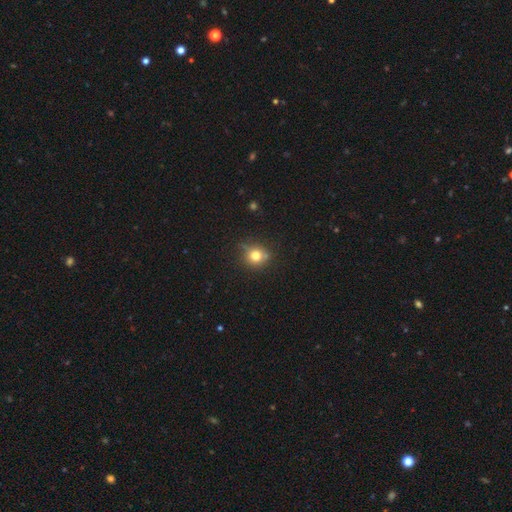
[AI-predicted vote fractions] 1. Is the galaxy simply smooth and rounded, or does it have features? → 76% smooth, 14% star or artifact, 10% featured or disk.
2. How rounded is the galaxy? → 87% round, 12% in between, 1% cigar-shaped.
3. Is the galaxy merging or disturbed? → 71% none, 18% minor disturbance, 6% merger, 4% major disturbance.